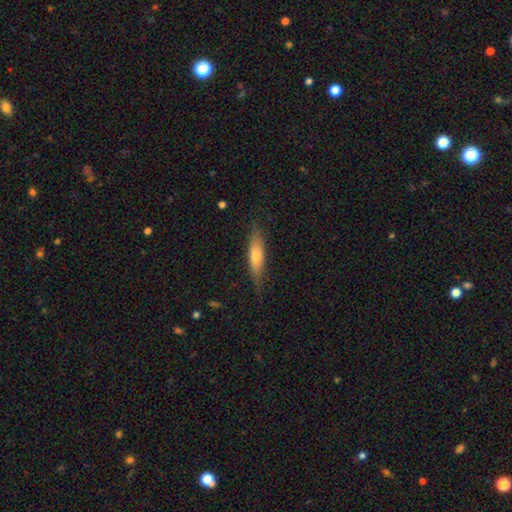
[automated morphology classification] Smooth or featured? smooth (61%)
How rounded? cigar-shaped (71%)
Merging? none (77%)